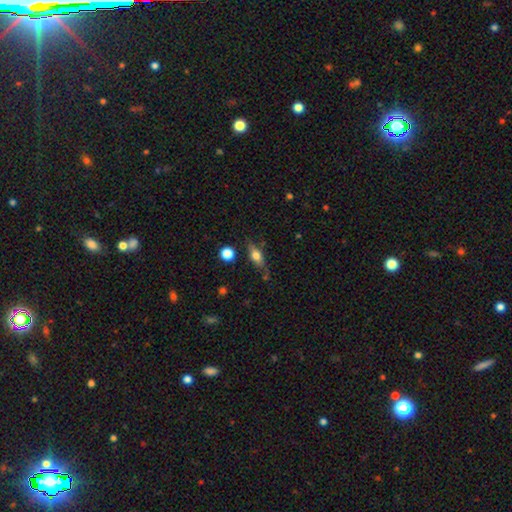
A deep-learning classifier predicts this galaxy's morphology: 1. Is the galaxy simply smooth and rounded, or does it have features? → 58% smooth, 34% featured or disk, 9% star or artifact.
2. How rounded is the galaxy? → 64% in between, 28% cigar-shaped, 8% round.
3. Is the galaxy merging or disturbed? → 71% none, 19% minor disturbance, 5% major disturbance, 5% merger.